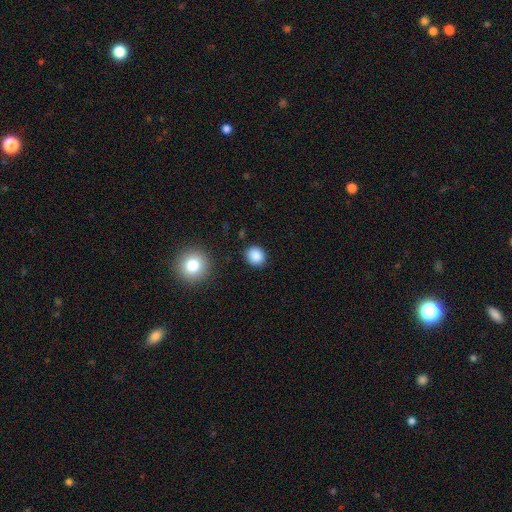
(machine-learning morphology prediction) This is clearly a smooth galaxy (87%). How rounded: likely round (77%). Merging: clearly none (87%).